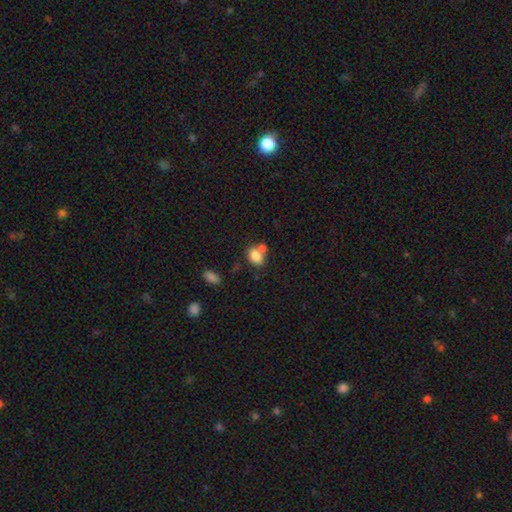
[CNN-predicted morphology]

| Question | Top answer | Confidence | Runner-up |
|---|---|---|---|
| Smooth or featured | smooth | 82% | star or artifact (9%) |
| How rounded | in between | 72% | round (26%) |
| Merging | none | 46% | merger (37%) |